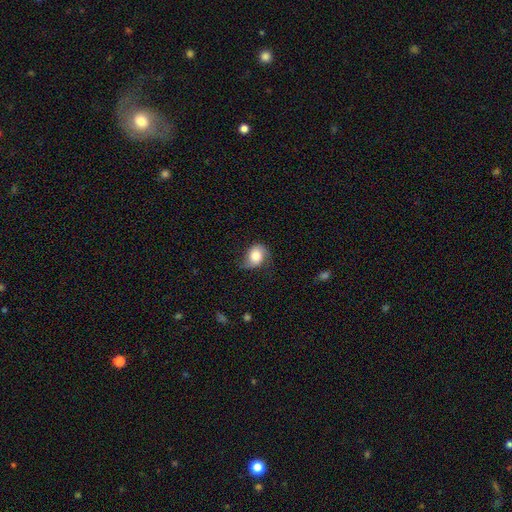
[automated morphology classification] The model was most divided on "how rounded": in between: 53%, round: 46%, cigar-shaped: 1%. Remaining: smooth or featured — smooth (63%); merging — none (48%).